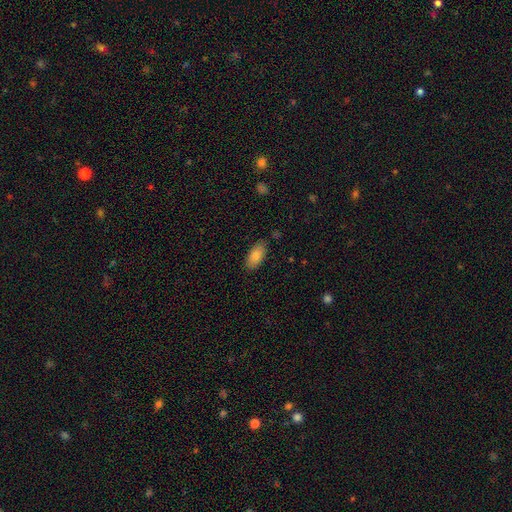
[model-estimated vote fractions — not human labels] smooth_or_featured: smooth (p=0.79) [alt: featured or disk p=0.13]
how_rounded: in between (p=0.92) [alt: cigar-shaped p=0.05]
merging: none (p=0.85) [alt: minor disturbance p=0.11]